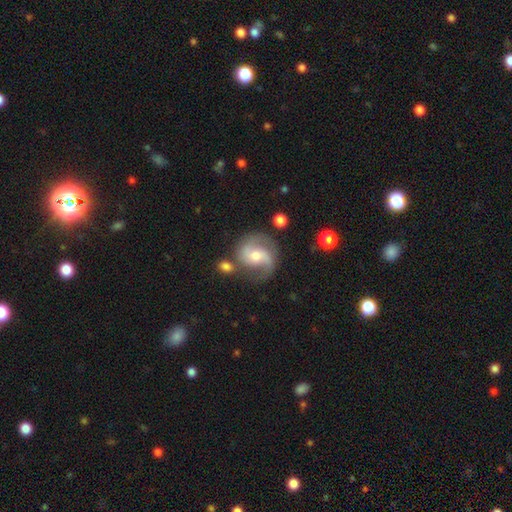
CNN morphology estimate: A featured or disk galaxy (81%) with no bar (47%), 2 (85%) medium (52%) spiral arms (96%) and a moderate central bulge (62%).

Vote fractions:
- Smooth or featured? featured or disk: 81% / smooth: 13% / star or artifact: 6%
- Edge-on disk? no: 98% / yes: 2%
- Bar? no: 47% / weak: 41% / strong: 12%
- Spiral arms? yes: 96% / no: 4%
- Spiral winding? medium: 52% / loose: 30% / tight: 18%
- Spiral arm count? 2: 85% / can't tell: 4% / 1: 4% / 3: 4% / 4: 1% / more than 4: 1%
- Bulge size? moderate: 62% / small: 31% / large: 5% / none: 2% / dominant: 1%
- Merging? none: 67% / minor disturbance: 17% / merger: 8% / major disturbance: 8%